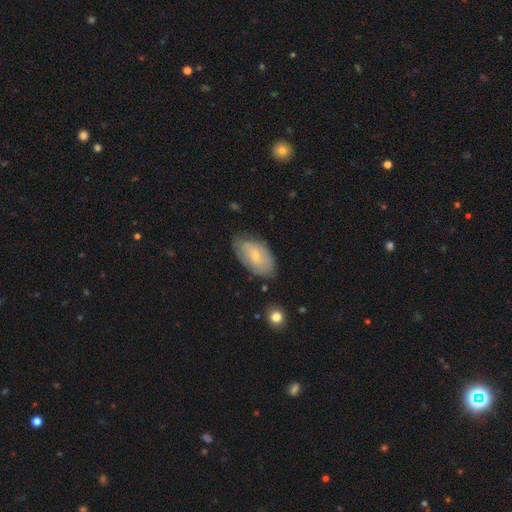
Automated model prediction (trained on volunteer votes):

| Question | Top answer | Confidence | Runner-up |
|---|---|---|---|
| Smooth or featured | smooth | 52% | featured or disk (41%) |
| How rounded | in between | 93% | round (4%) |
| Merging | none | 68% | minor disturbance (25%) |